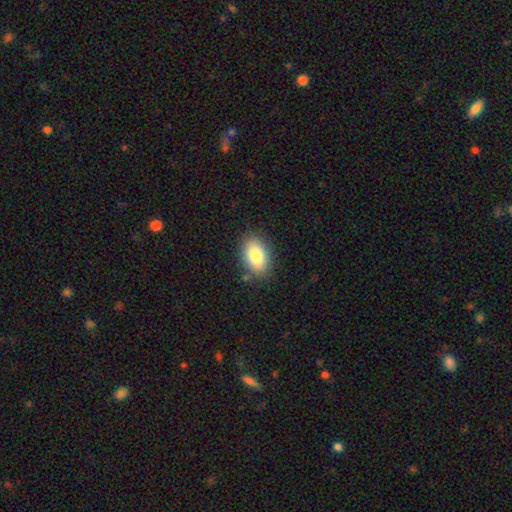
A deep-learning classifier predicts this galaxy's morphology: Overall: smooth (83%). How rounded: in between (89%). Merging: none (84%).